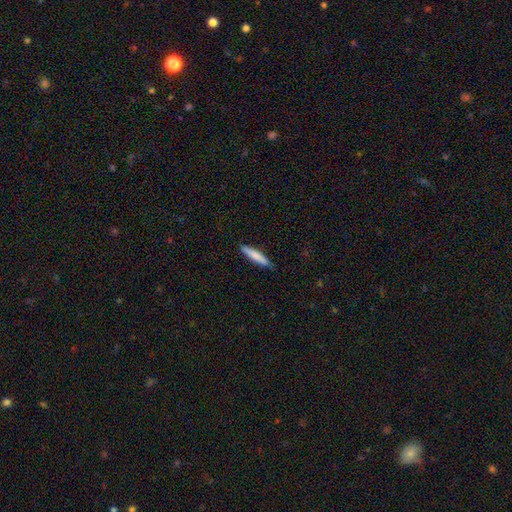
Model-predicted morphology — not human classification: smooth-or-featured: smooth: 75% | featured or disk: 20% | star or artifact: 5%
  how-rounded: cigar-shaped: 90% | in between: 8% | round: 1%
  merging: none: 88% | minor disturbance: 10% | major disturbance: 2% | merger: 1%